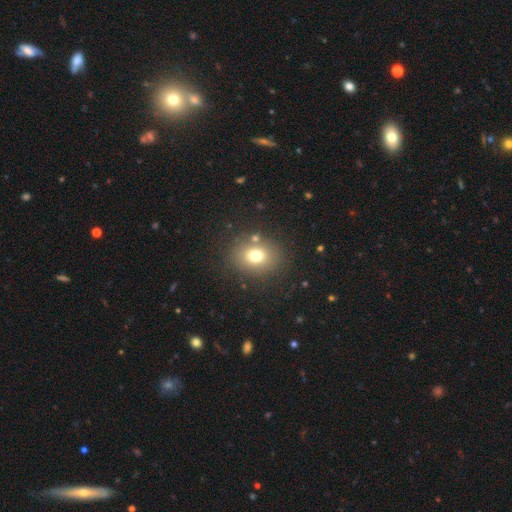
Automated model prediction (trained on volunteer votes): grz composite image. It shows a smooth galaxy with no disk features (72%) that is round (57%). Merging: none (80%).